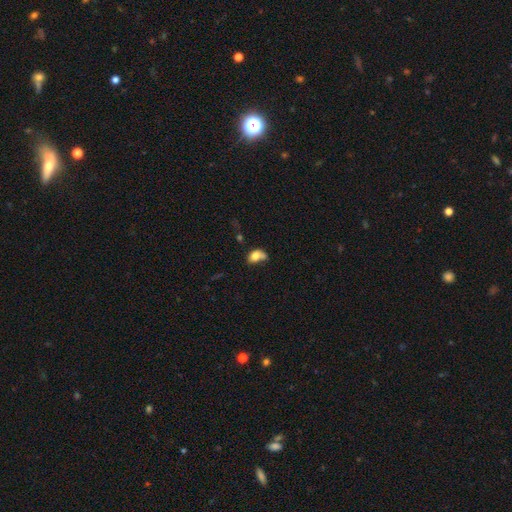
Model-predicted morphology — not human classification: This is likely a smooth galaxy (76%). How rounded: likely in between (79%). Merging: marginally none (30%).